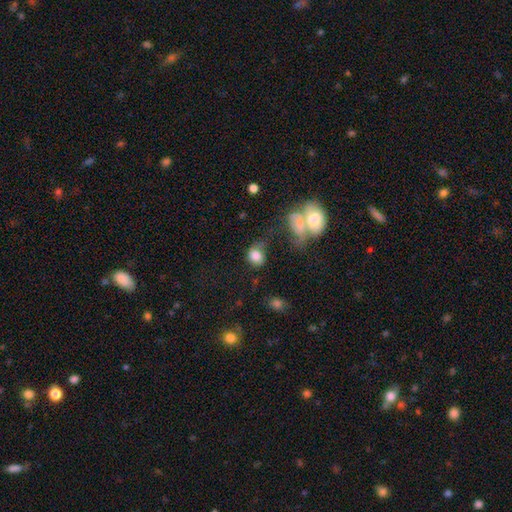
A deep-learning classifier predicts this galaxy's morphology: This is likely a smooth galaxy (75%). How rounded: possibly round (55%). Merging: marginally none (33%).